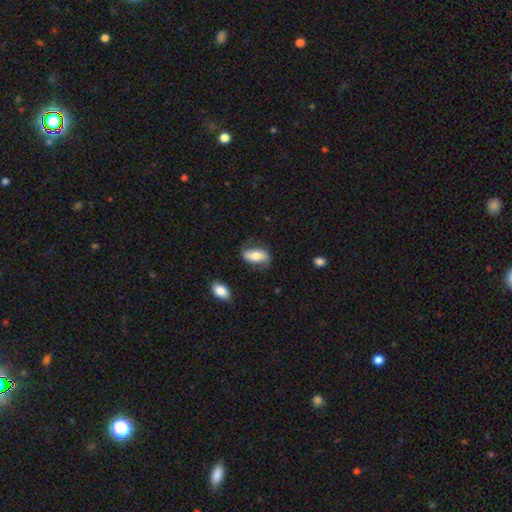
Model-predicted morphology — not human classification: This appears to be a smooth galaxy with no disk features (48%). Merging: none (66%).